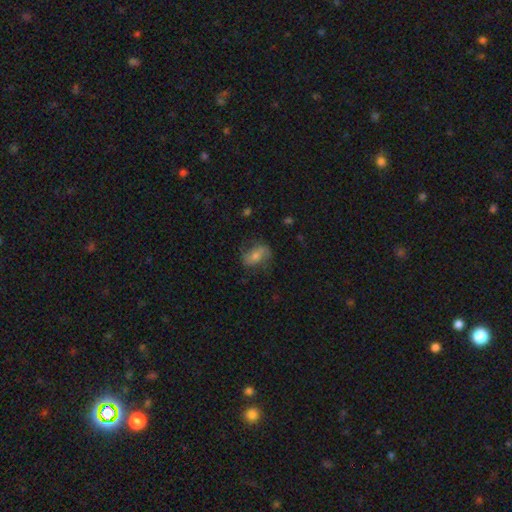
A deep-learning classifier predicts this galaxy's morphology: Smooth or featured? featured or disk (51%)
Edge-on disk? no (94%)
Merging? none (70%)